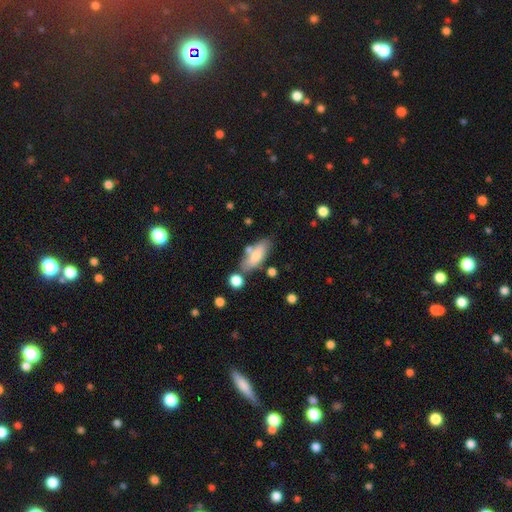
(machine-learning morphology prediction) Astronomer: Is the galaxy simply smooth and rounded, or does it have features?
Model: smooth — 74%.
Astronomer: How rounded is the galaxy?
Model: in between — 75%.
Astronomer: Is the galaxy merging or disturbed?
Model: none — 65%.